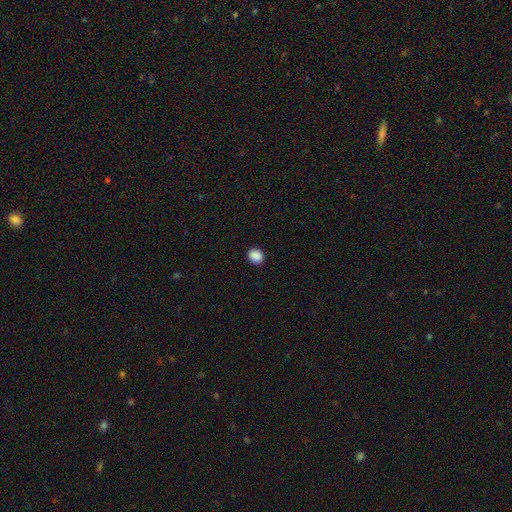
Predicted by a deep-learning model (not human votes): Overall: smooth (89%). How rounded: round (68%; in between 31%). Merging: none (91%).